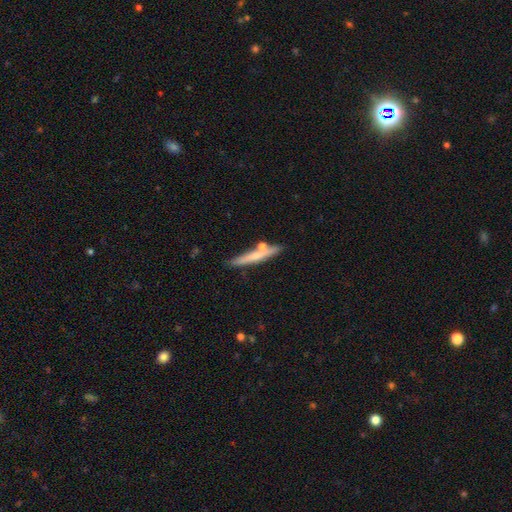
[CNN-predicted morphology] type=smooth (53%); roundness=cigar-shaped (92%); merging=none (75%).